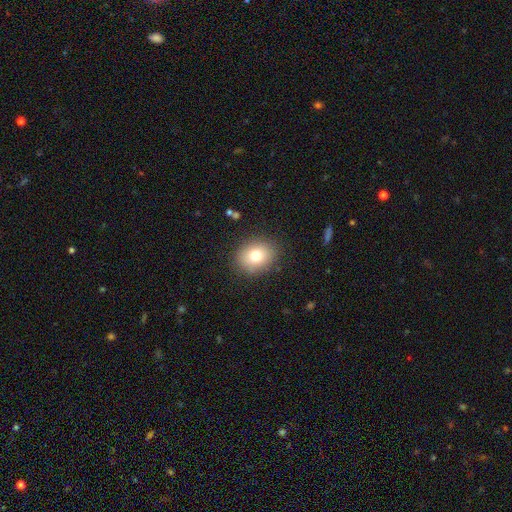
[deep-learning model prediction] Smooth or featured? smooth (77%)
How rounded? round (62%)
Merging? none (87%)